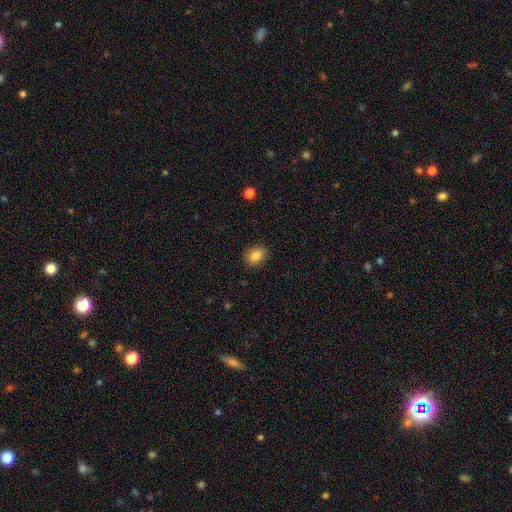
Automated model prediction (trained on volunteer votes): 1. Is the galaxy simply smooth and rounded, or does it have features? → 85% smooth, 9% star or artifact, 7% featured or disk.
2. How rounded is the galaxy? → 64% in between, 35% round, 1% cigar-shaped.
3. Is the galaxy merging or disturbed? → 89% none, 8% minor disturbance, 2% major disturbance, 1% merger.